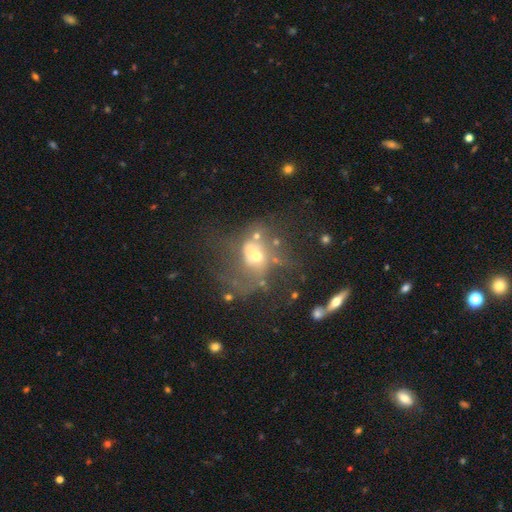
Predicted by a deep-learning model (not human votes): Smooth or featured: featured or disk — 43% (smooth — 39%)
Merging: major disturbance — 39% (none — 30%)